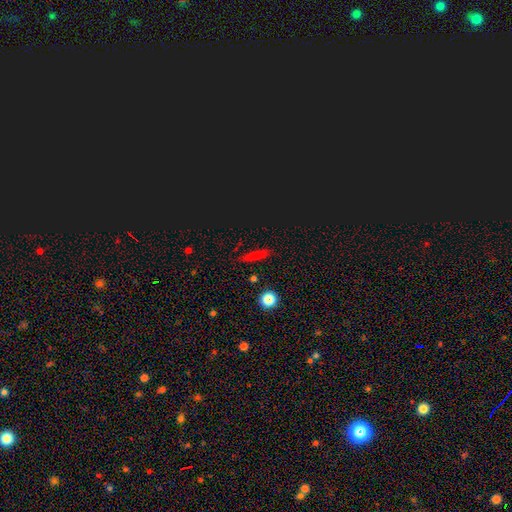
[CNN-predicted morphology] smooth 59%, star or artifact 25%, featured or disk 16%. Down the decision tree: how rounded — cigar-shaped (75%); merging — none (87%).